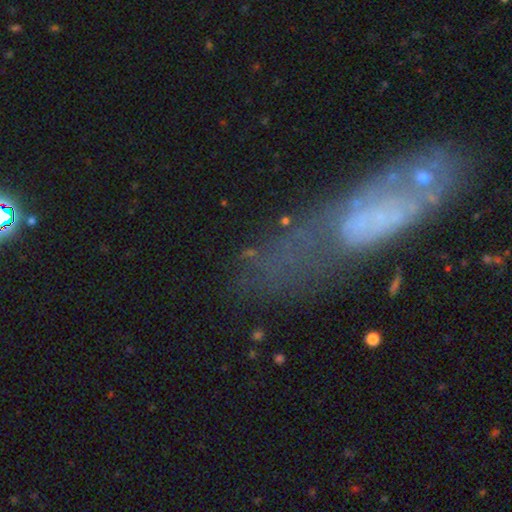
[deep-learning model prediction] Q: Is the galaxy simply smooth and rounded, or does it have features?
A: featured or disk — 39%.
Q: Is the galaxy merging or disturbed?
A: none — 40%.